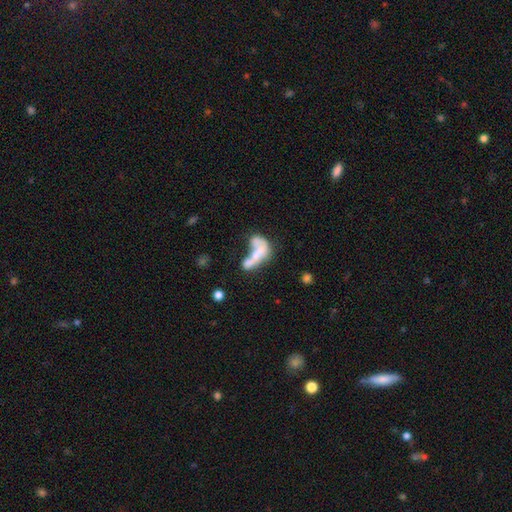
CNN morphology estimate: Smooth or featured? featured or disk (45%)
Merging? merger (57%)